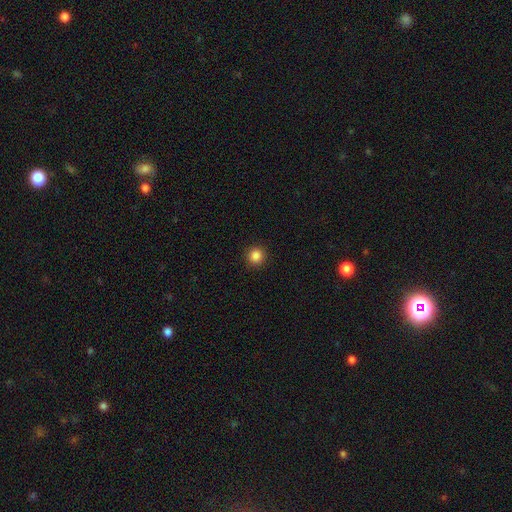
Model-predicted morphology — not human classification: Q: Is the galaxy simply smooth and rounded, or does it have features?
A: smooth — 86%.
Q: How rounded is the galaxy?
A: round — 95%.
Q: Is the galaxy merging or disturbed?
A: none — 92%.